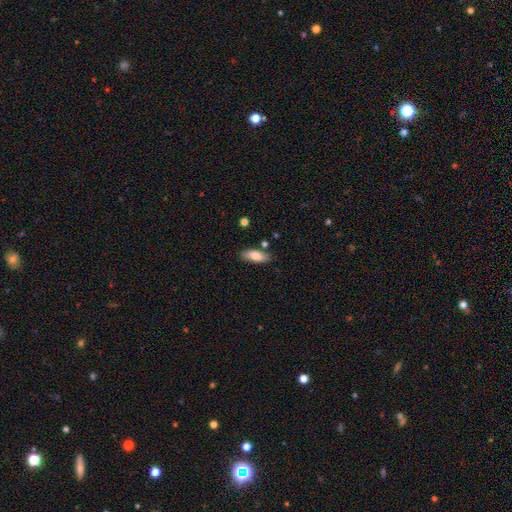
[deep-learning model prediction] Smooth or featured? Predicted: smooth (p=0.82). How rounded? Predicted: in between (p=0.77). Merging? Predicted: none (p=0.81).